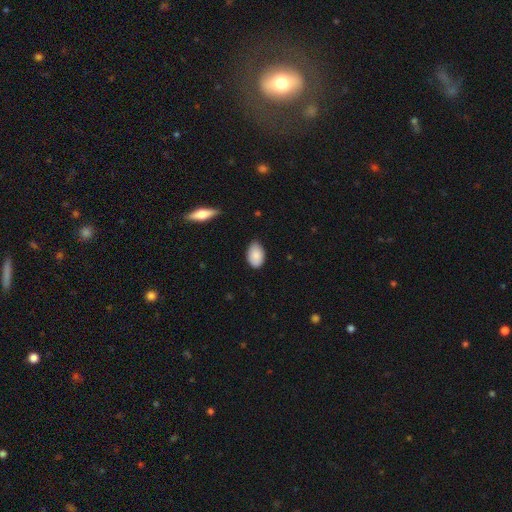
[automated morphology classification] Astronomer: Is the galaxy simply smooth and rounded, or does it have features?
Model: smooth — 87%.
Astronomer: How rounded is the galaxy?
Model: in between — 93%.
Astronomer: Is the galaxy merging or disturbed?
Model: none — 81%.